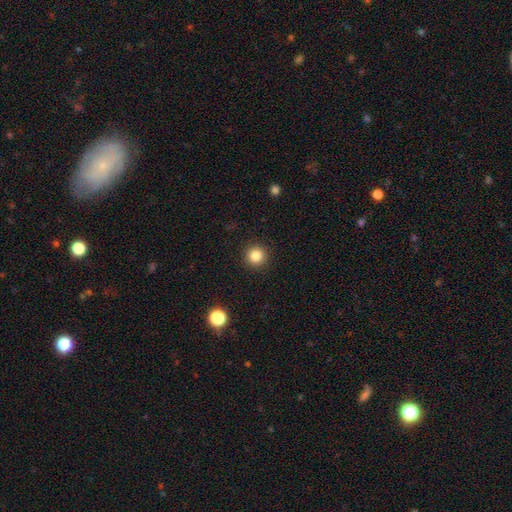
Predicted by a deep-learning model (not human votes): Smooth or featured: smooth — 84% (star or artifact — 11%)
How rounded: round — 95% (in between — 4%)
Merging: none — 92% (minor disturbance — 5%)